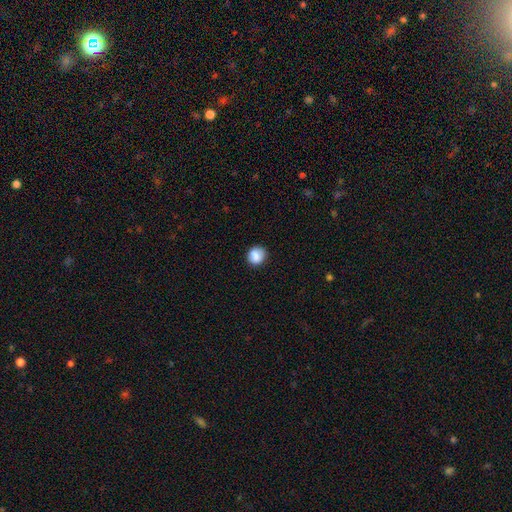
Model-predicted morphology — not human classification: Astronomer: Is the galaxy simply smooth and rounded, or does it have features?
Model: smooth — 85%.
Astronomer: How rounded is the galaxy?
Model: round — 80%.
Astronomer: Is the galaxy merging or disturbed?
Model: none — 81%.